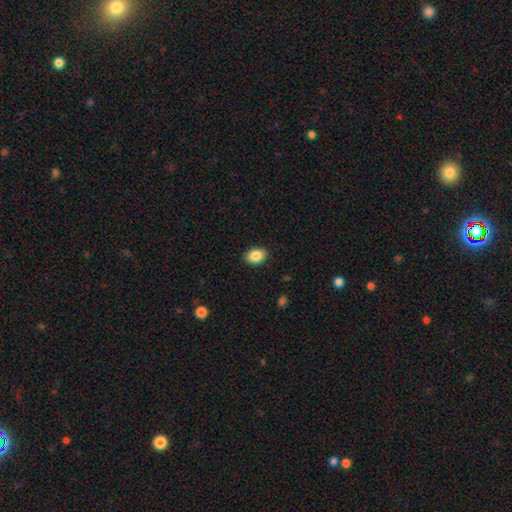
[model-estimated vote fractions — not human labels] Smooth or featured: smooth — 87% (star or artifact — 8%)
How rounded: in between — 71% (round — 28%)
Merging: none — 90% (minor disturbance — 7%)